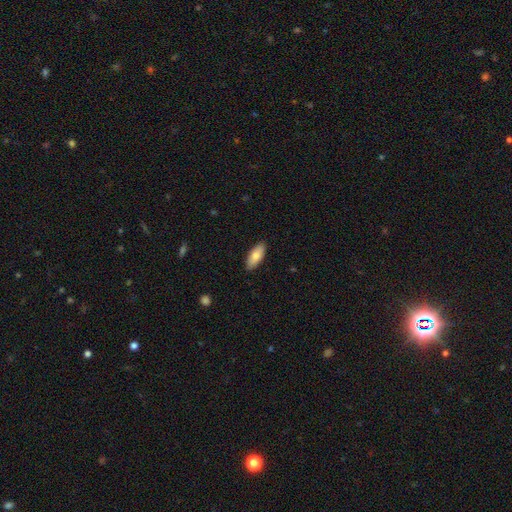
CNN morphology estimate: A smooth galaxy with no disk features (79%) that is in between round and cigar-shaped (81%).

Vote fractions:
- Smooth or featured? smooth: 79% / featured or disk: 15% / star or artifact: 6%
- How rounded? in between: 81% / cigar-shaped: 17% / round: 2%
- Merging? none: 89% / minor disturbance: 9% / major disturbance: 2% / merger: 1%